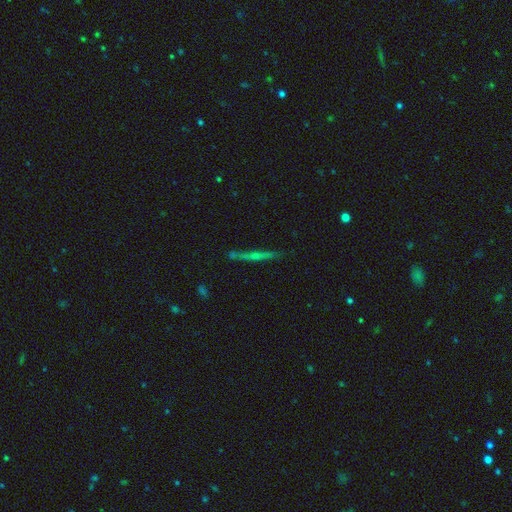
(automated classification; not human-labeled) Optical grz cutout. It shows a featured or disk galaxy (69%) viewed edge-on (96%) with a rounded central bulge (69%). Merging: none (85%).